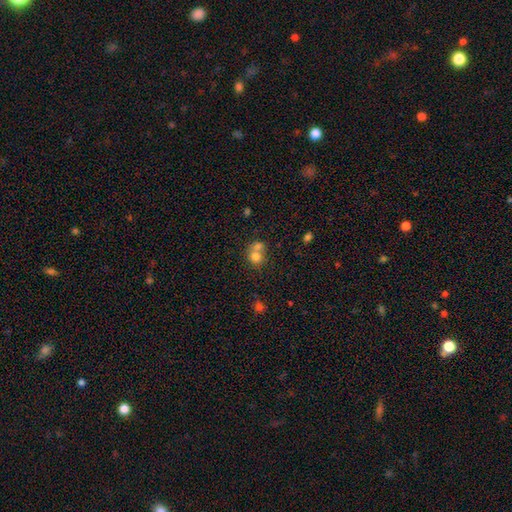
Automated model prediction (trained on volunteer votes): A smooth galaxy with no disk features (74%) that is round (78%). Merging: merger (58%).